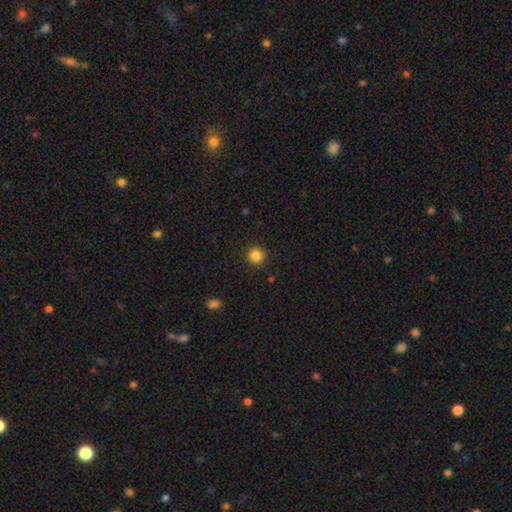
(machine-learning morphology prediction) A smooth galaxy with no disk features (85%) that is round (94%).

Vote fractions:
- Smooth or featured? smooth: 85% / star or artifact: 11% / featured or disk: 4%
- How rounded? round: 94% / in between: 5% / cigar-shaped: 1%
- Merging? none: 91% / minor disturbance: 6% / major disturbance: 2% / merger: 1%